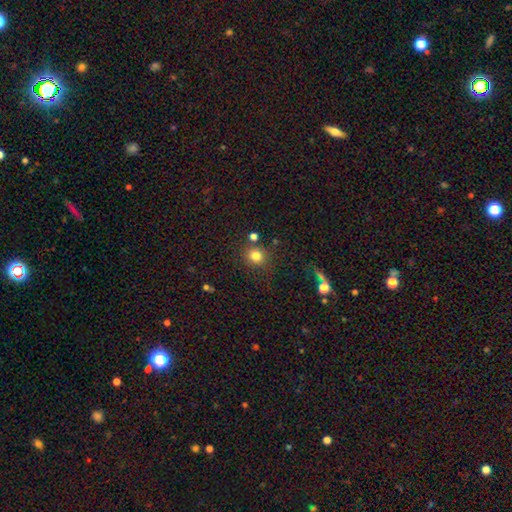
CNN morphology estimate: smooth-or-featured: smooth: 80% | star or artifact: 14% | featured or disk: 6%
  how-rounded: round: 85% | in between: 14% | cigar-shaped: 1%
  merging: none: 78% | minor disturbance: 10% | merger: 8% | major disturbance: 4%